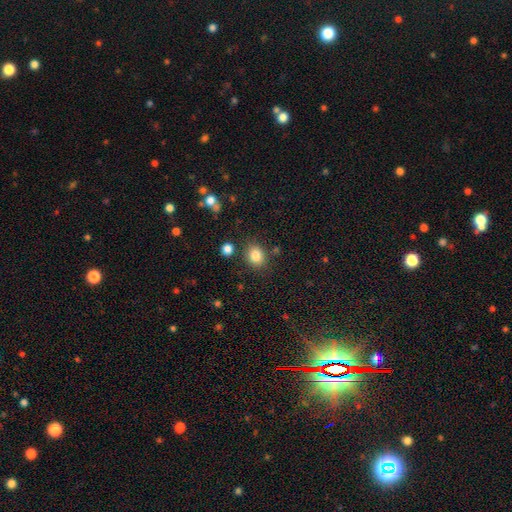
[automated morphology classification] Smooth or featured?
  - smooth: 84% *
  - star or artifact: 10%
  - featured or disk: 6%
How rounded?
  - round: 62% *
  - in between: 37%
  - cigar-shaped: 1%
Merging?
  - none: 83% *
  - minor disturbance: 10%
  - merger: 4%
  - major disturbance: 3%